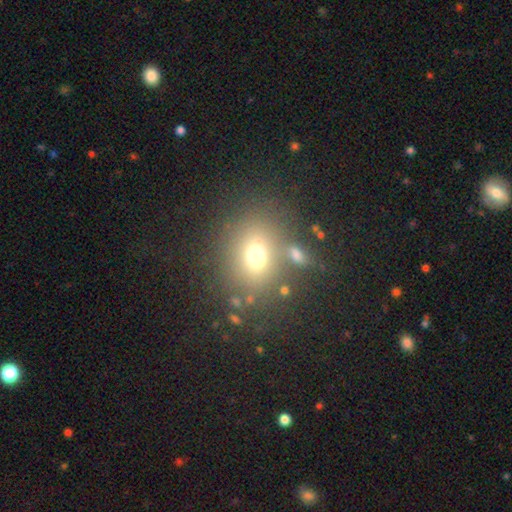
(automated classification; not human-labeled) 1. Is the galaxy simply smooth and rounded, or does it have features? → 68% smooth, 18% star or artifact, 15% featured or disk.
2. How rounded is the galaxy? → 54% round, 44% in between, 2% cigar-shaped.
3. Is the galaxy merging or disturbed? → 69% none, 12% merger, 12% minor disturbance, 7% major disturbance.